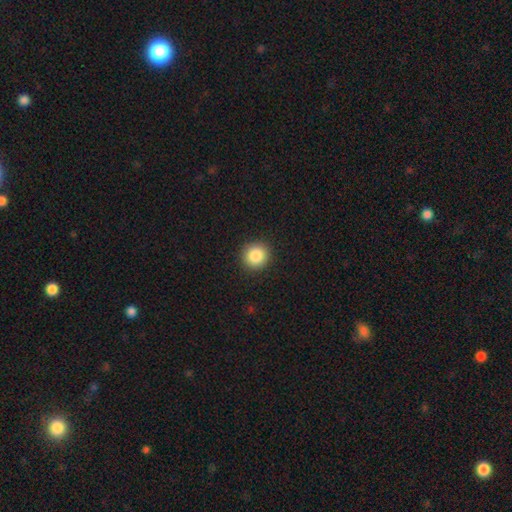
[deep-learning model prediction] A smooth galaxy with no disk features (86%) that is round (93%).

Vote fractions:
- Smooth or featured? smooth: 86% / star or artifact: 9% / featured or disk: 4%
- How rounded? round: 93% / in between: 6% / cigar-shaped: 1%
- Merging? none: 92% / minor disturbance: 5% / major disturbance: 2% / merger: 1%